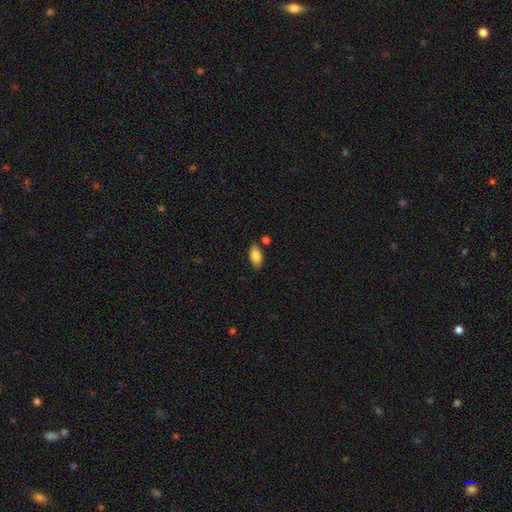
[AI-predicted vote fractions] A smooth galaxy with no disk features (85%) that is in between round and cigar-shaped (91%). Merging: none (80%).